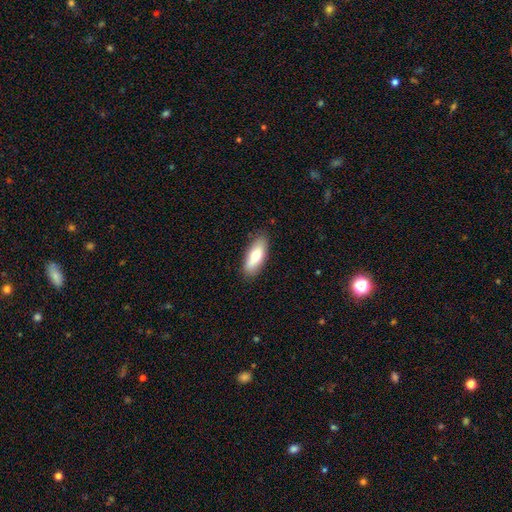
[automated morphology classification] smooth 70%, featured or disk 24%, star or artifact 6%. Down the decision tree: how rounded — in between (72%); merging — none (85%).